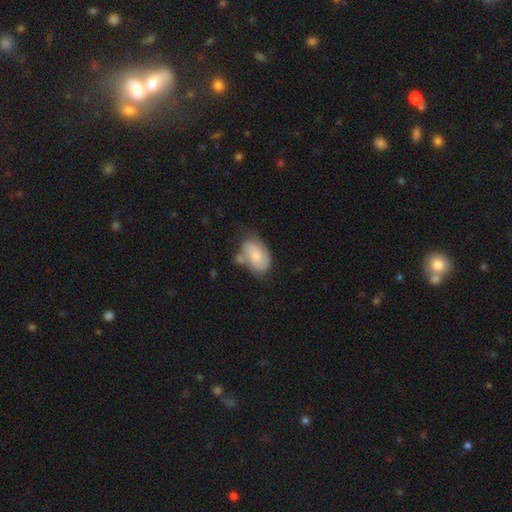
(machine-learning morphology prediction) This appears to be a smooth galaxy with no disk features (62%) that is in between round and cigar-shaped (89%). Merging: none (43%).